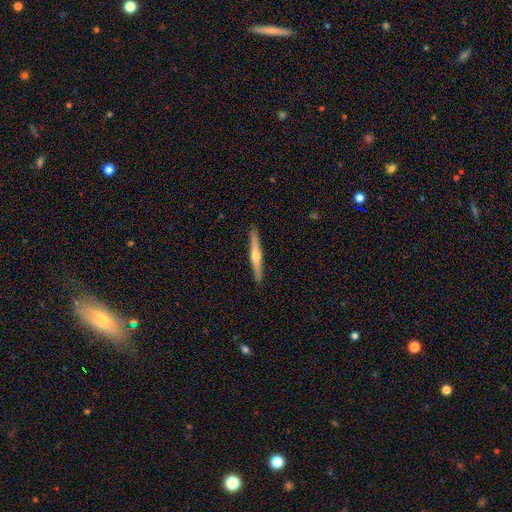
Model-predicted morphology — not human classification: Overall: featured or disk (67%; smooth 27%). Edge-on disk: yes (98%). Edge-on bulge: rounded (91%). Merging: none (92%).